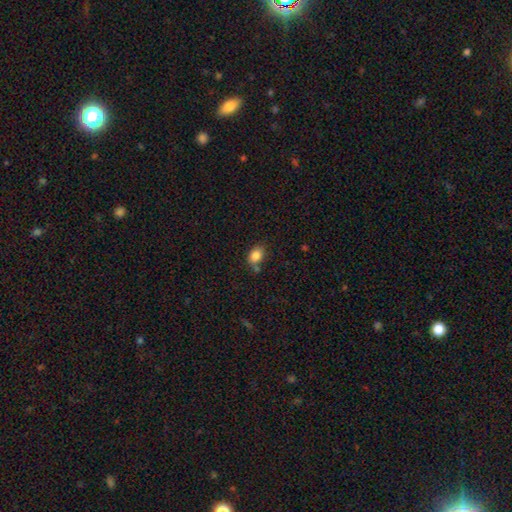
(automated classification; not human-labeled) A smooth galaxy with no disk features (85%) that is in between round and cigar-shaped (77%).

Vote fractions:
- Smooth or featured? smooth: 85% / star or artifact: 9% / featured or disk: 6%
- How rounded? in between: 77% / round: 22% / cigar-shaped: 1%
- Merging? none: 64% / minor disturbance: 18% / merger: 13% / major disturbance: 5%